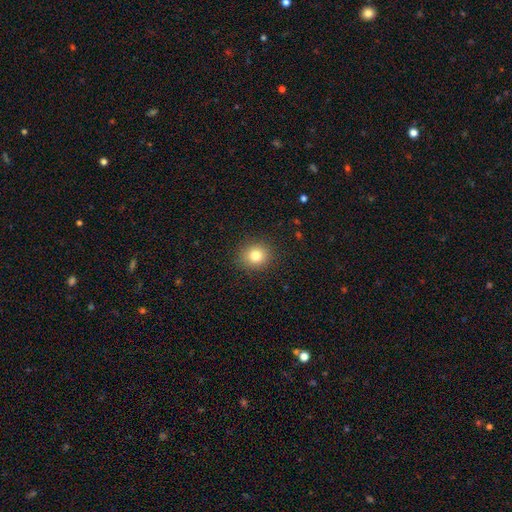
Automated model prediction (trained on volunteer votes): Morphology: type=smooth (80%); roundness=round (82%); merging=none (90%).